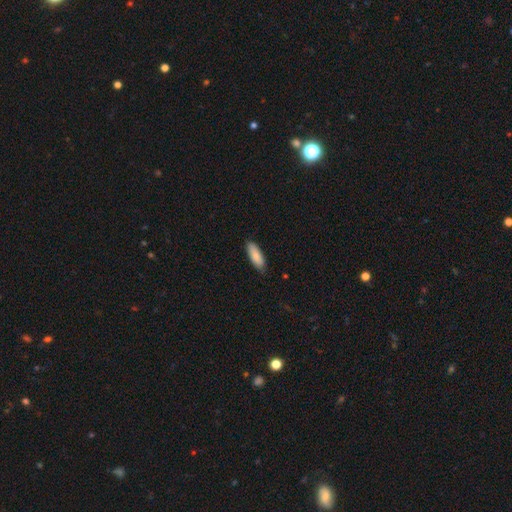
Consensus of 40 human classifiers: Smooth or featured?
  - smooth: 82% *
  - featured or disk: 10%
  - star or artifact: 8%
How rounded?
  - in between: 61% *
  - cigar-shaped: 36%
  - round: 3%
Merging?
  - none: 76% *
  - minor disturbance: 22%
  - major disturbance: 3%
  - merger: 0%